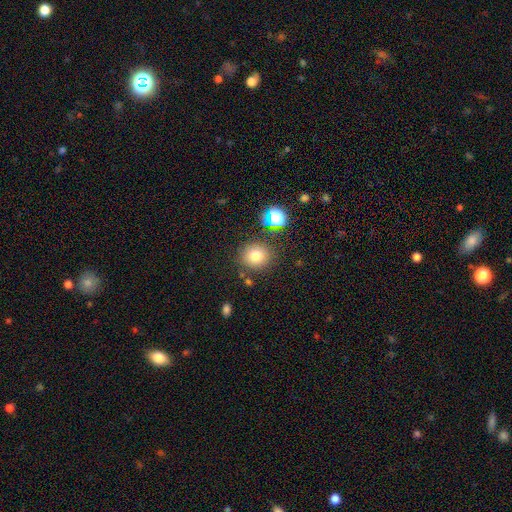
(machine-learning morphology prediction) This appears to be a smooth galaxy with no disk features (77%) that is round (85%). Merging: none (82%).